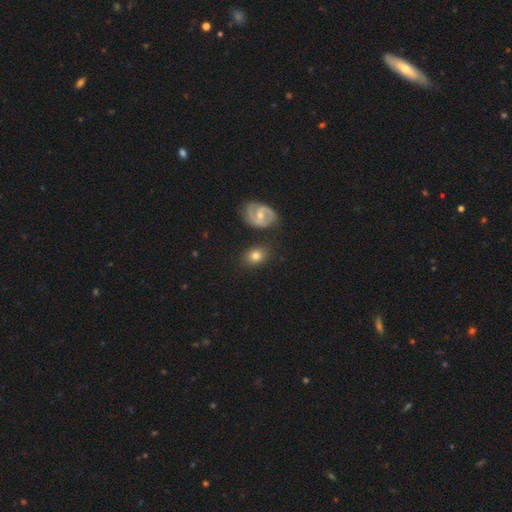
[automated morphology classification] Smooth or featured: smooth — 69% (featured or disk — 23%)
How rounded: in between — 60% (round — 38%)
Merging: none — 78% (minor disturbance — 13%)